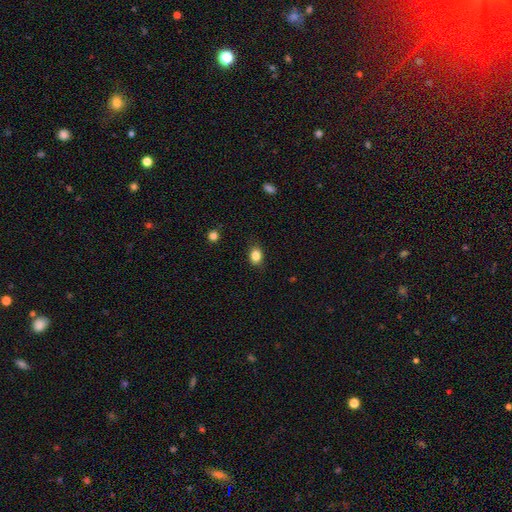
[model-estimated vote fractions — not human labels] A smooth galaxy with no disk features (85%) that is in between round and cigar-shaped (58%).

Vote fractions:
- Smooth or featured? smooth: 85% / star or artifact: 10% / featured or disk: 5%
- How rounded? in between: 58% / round: 41% / cigar-shaped: 1%
- Merging? none: 85% / minor disturbance: 11% / major disturbance: 3% / merger: 1%